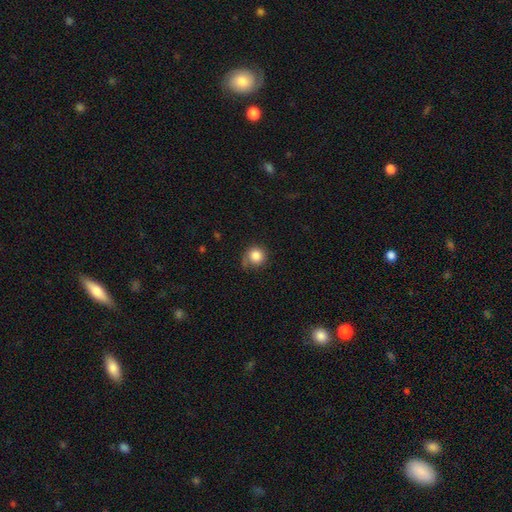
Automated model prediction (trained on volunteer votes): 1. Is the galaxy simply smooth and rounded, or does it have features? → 84% smooth, 9% star or artifact, 7% featured or disk.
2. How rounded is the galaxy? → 89% round, 10% in between, 1% cigar-shaped.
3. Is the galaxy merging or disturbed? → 59% none, 28% minor disturbance, 10% major disturbance, 3% merger.